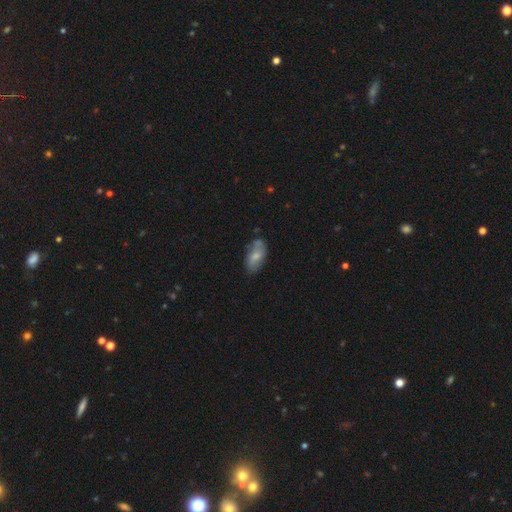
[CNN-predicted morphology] Smooth or featured?
  - smooth: 64% *
  - featured or disk: 29%
  - star or artifact: 7%
How rounded?
  - in between: 91% *
  - cigar-shaped: 6%
  - round: 3%
Merging?
  - none: 60% *
  - minor disturbance: 26%
  - merger: 8%
  - major disturbance: 7%